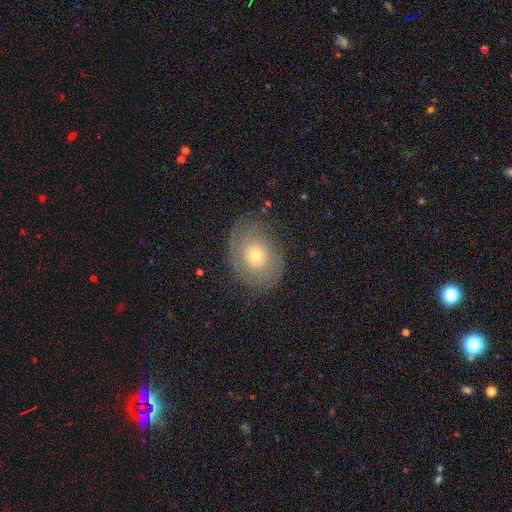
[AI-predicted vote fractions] A featured or disk galaxy (51%). Merging: none (76%).